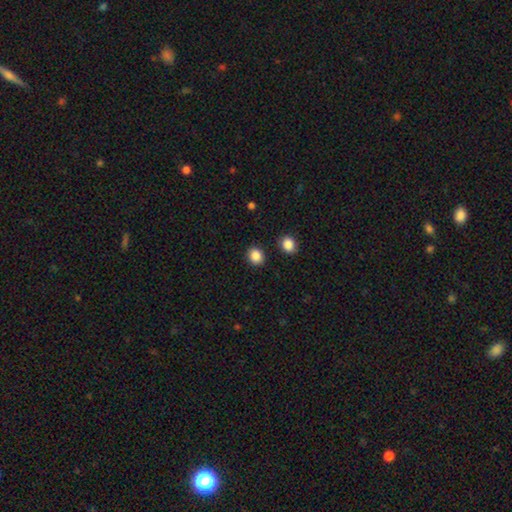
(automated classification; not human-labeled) Smooth or featured: smooth — 87% (star or artifact — 10%)
How rounded: round — 76% (in between — 23%)
Merging: none — 87% (minor disturbance — 7%)